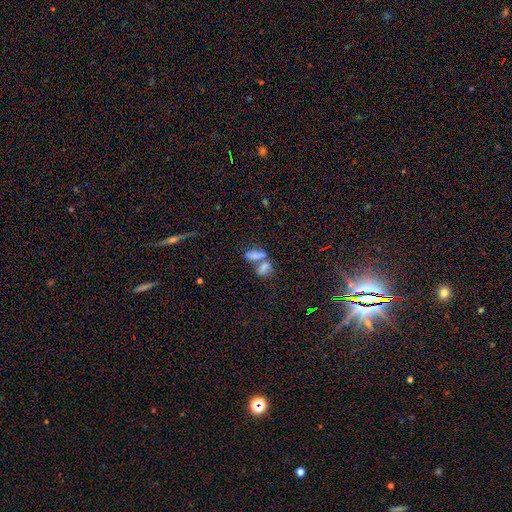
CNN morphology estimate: smooth_or_featured: smooth (p=0.72) [alt: featured or disk p=0.15]
how_rounded: in between (p=0.75) [alt: cigar-shaped p=0.17]
merging: merger (p=0.64) [alt: none p=0.24]